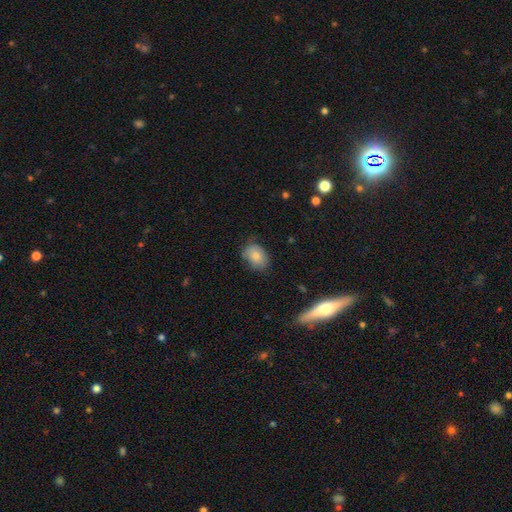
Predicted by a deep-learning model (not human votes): smooth 79%, featured or disk 13%, star or artifact 9%. Down the decision tree: how rounded — in between (72%); merging — none (69%).